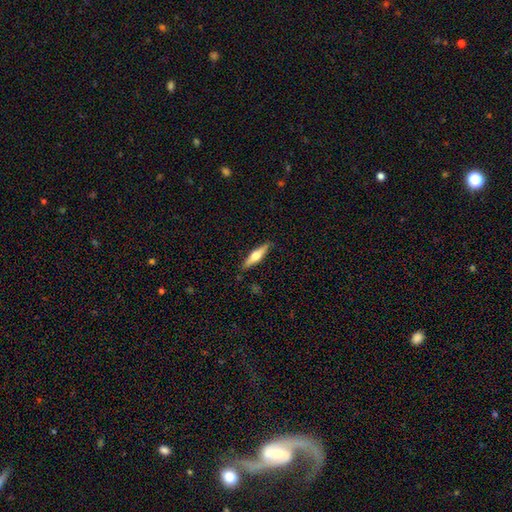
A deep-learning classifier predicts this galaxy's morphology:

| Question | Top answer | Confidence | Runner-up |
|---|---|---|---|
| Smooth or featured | featured or disk | 56% | smooth (39%) |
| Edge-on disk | yes | 96% | no (4%) |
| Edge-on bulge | rounded | 92% | boxy (5%) |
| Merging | none | 87% | minor disturbance (10%) |